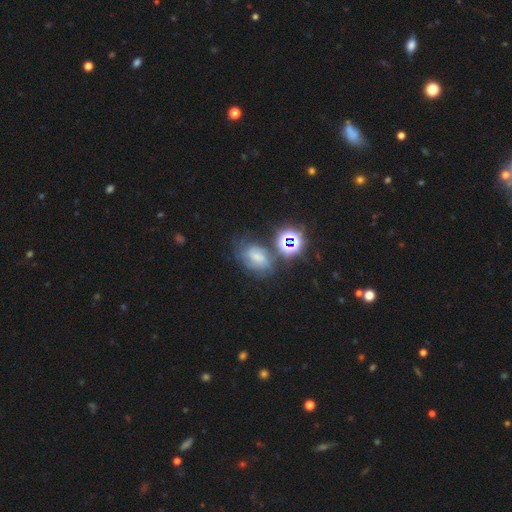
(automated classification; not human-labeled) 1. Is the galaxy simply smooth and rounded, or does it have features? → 37% star or artifact, 34% smooth, 29% featured or disk.